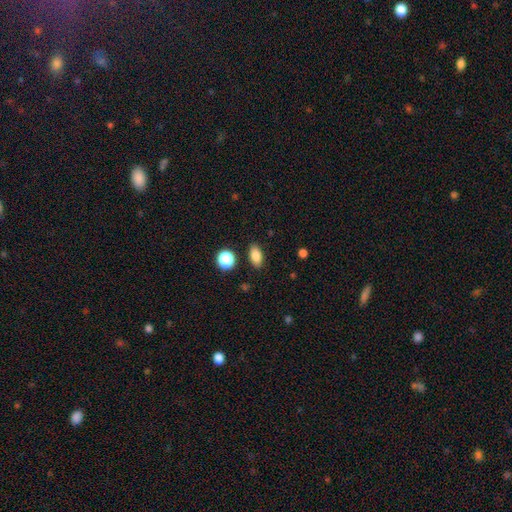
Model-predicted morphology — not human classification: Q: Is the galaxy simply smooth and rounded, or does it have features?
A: smooth — 84%.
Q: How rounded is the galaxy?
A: in between — 85%.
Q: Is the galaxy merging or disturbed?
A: none — 87%.